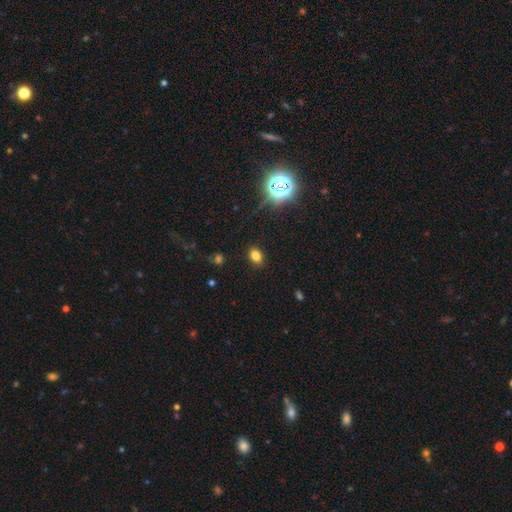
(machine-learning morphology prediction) smooth_or_featured: smooth (p=0.77) [alt: star or artifact p=0.17]
how_rounded: in between (p=0.73) [alt: round p=0.26]
merging: none (p=0.87) [alt: minor disturbance p=0.09]